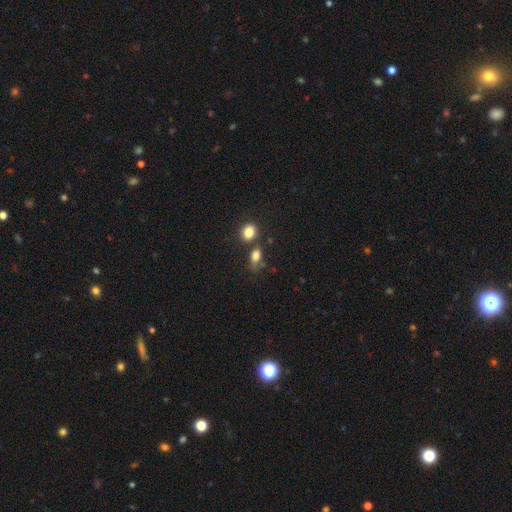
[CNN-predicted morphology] Overall: smooth (82%). How rounded: in between (72%). Merging: none (53%; merger 24%).